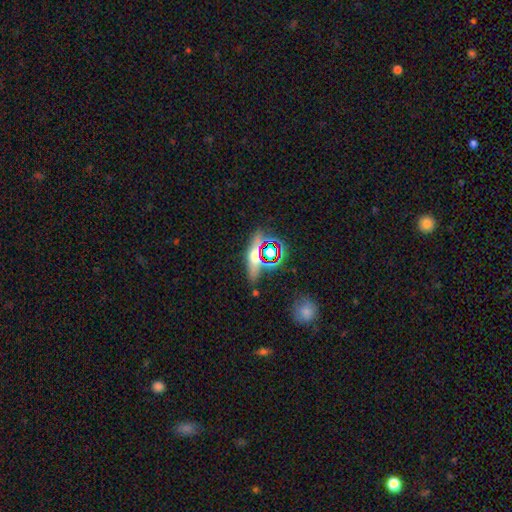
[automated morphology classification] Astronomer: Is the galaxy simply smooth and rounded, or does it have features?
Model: smooth — 44% (runner-up: star or artifact, 32%).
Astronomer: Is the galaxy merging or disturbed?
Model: none — 72%.